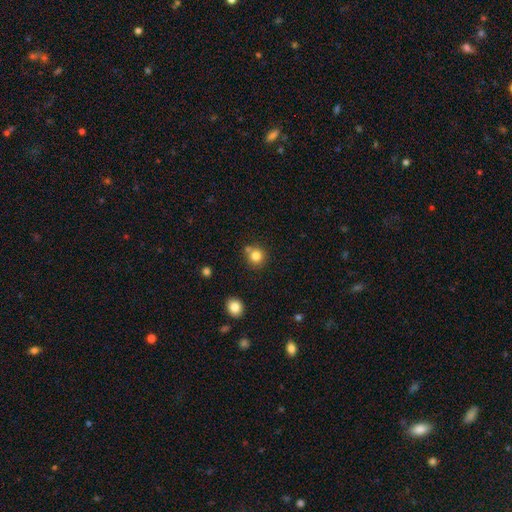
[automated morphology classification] This appears to be a smooth galaxy with no disk features (81%) that is round (91%). Merging: none (72%).